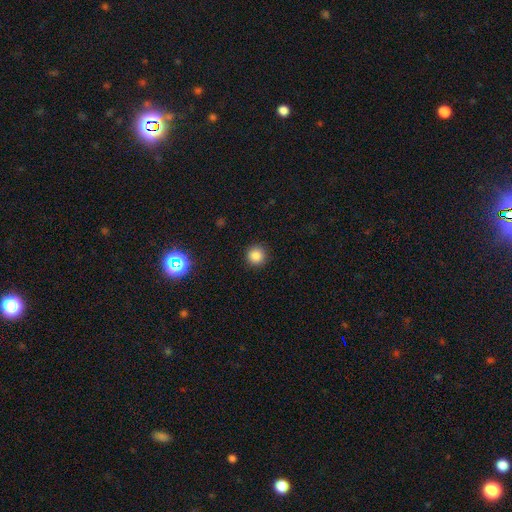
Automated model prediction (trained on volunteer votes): Smooth or featured? Predicted: smooth (p=0.84). How rounded? Predicted: round (p=0.95). Merging? Predicted: none (p=0.91).